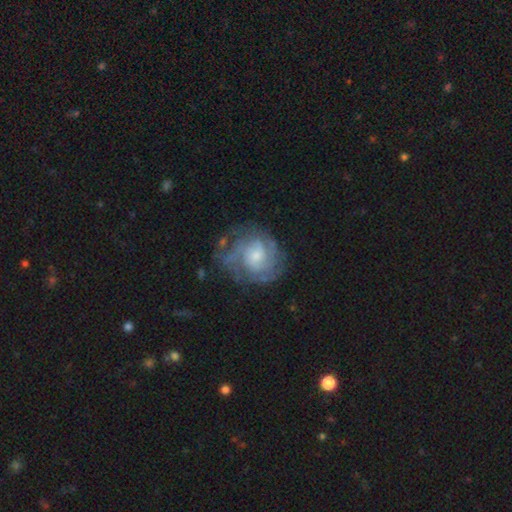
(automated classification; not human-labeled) Q: Smooth or featured?
A: featured or disk (79%); runner-up: smooth (14%)
Q: Edge-on disk?
A: no (98%); runner-up: yes (2%)
Q: Bar?
A: no (67%); runner-up: weak (29%)
Q: Spiral arms?
A: yes (91%); runner-up: no (9%)
Q: Spiral winding?
A: tight (57%); runner-up: medium (34%)
Q: Spiral arm count?
A: can't tell (39%); runner-up: 3 (19%)
Q: Bulge size?
A: small (52%); runner-up: moderate (39%)
Q: Merging?
A: none (66%); runner-up: minor disturbance (20%)